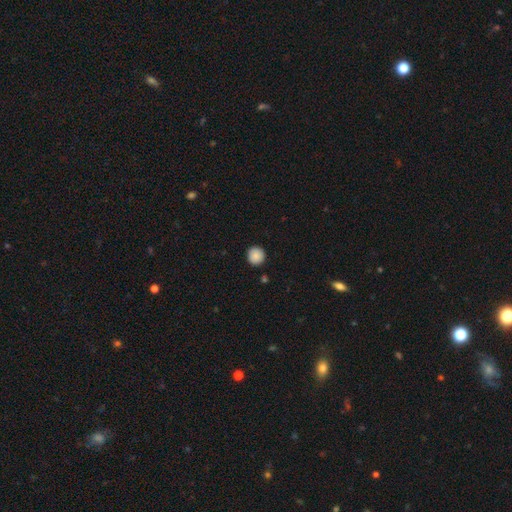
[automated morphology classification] This appears to be a smooth galaxy with no disk features (88%) that is round (95%). Merging: none (91%).